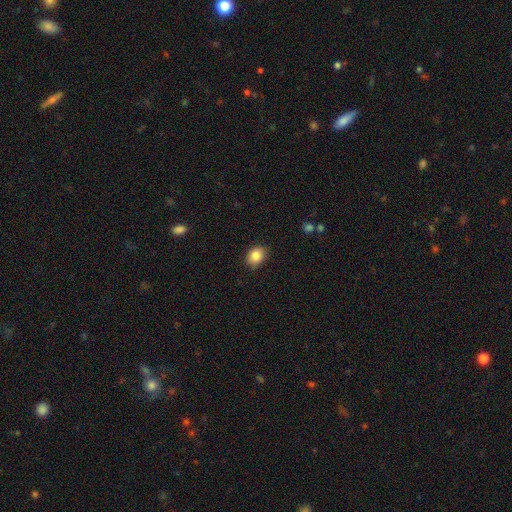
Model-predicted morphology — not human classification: smooth-or-featured: smooth: 85% | star or artifact: 9% | featured or disk: 6%
  how-rounded: in between: 59% | round: 40% | cigar-shaped: 1%
  merging: none: 85% | minor disturbance: 12% | major disturbance: 2% | merger: 1%